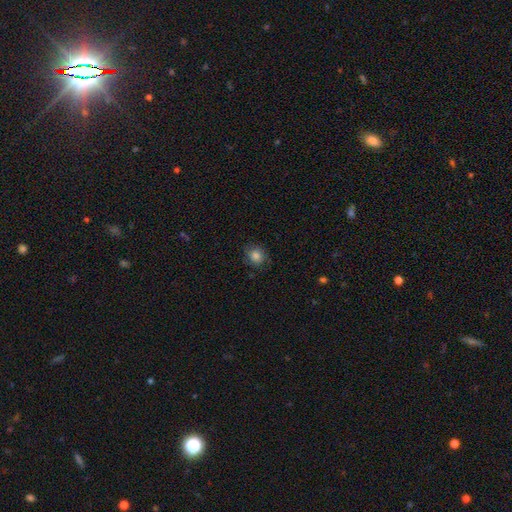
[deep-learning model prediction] Q: Smooth or featured?
A: smooth (82%); runner-up: star or artifact (10%)
Q: How rounded?
A: round (73%); runner-up: in between (26%)
Q: Merging?
A: none (80%); runner-up: minor disturbance (15%)